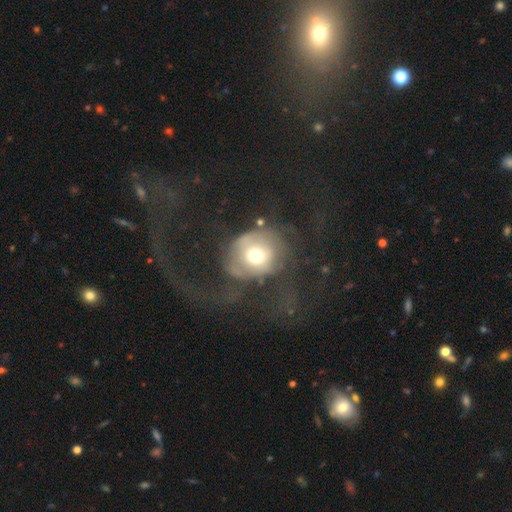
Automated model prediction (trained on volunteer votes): Smooth or featured: smooth — 50% (featured or disk — 40%)
How rounded: round — 74% (in between — 25%)
Merging: major disturbance — 49% (none — 31%)